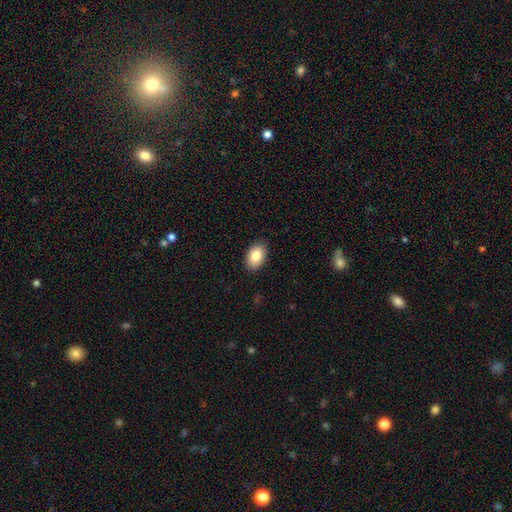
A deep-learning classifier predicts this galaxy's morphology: smooth-or-featured: smooth: 84% | featured or disk: 8% | star or artifact: 7%
  how-rounded: in between: 89% | round: 10% | cigar-shaped: 1%
  merging: none: 88% | minor disturbance: 9% | major disturbance: 2% | merger: 1%